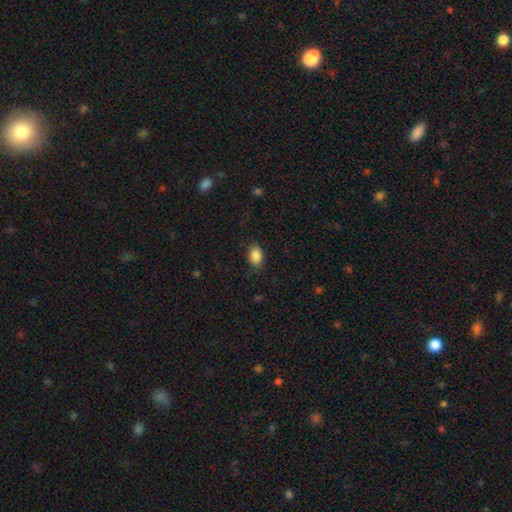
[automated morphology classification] A smooth galaxy with no disk features (88%) that is in between round and cigar-shaped (86%). Merging: none (83%).